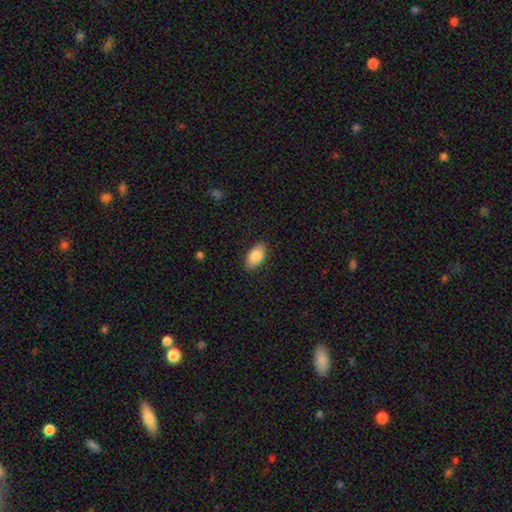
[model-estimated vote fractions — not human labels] A smooth galaxy with no disk features (87%) that is in between round and cigar-shaped (94%). Merging: none (87%).